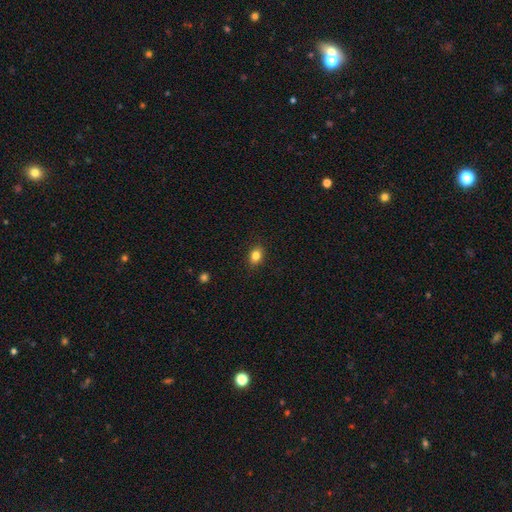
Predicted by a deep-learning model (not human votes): Smooth or featured?
  - smooth: 84% *
  - star or artifact: 10%
  - featured or disk: 6%
How rounded?
  - in between: 64% *
  - round: 35%
  - cigar-shaped: 1%
Merging?
  - none: 88% *
  - minor disturbance: 9%
  - major disturbance: 2%
  - merger: 1%